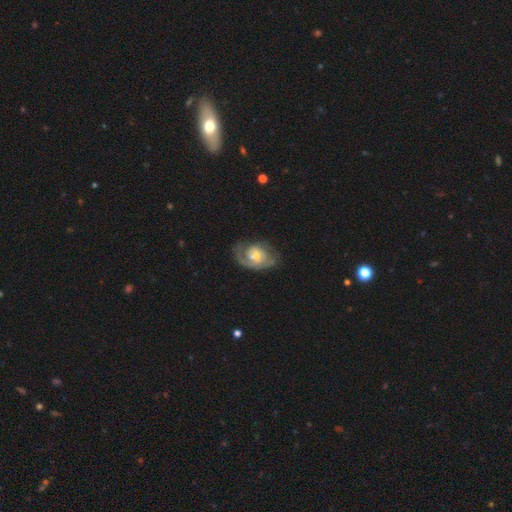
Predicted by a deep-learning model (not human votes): Smooth or featured? featured or disk (76%)
Edge-on disk? no (97%)
Bar? no (63%)
Spiral arms? yes (88%)
Spiral winding? tight (45%)
Spiral arm count? 2 (39%)
Bulge size? small (45%)
Merging? none (57%)